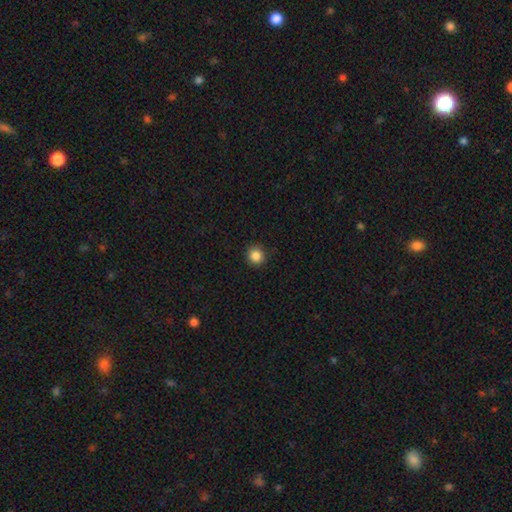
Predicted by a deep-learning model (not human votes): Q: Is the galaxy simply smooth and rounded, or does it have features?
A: smooth — 86%.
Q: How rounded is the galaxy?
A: round — 92%.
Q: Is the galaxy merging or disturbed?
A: none — 91%.